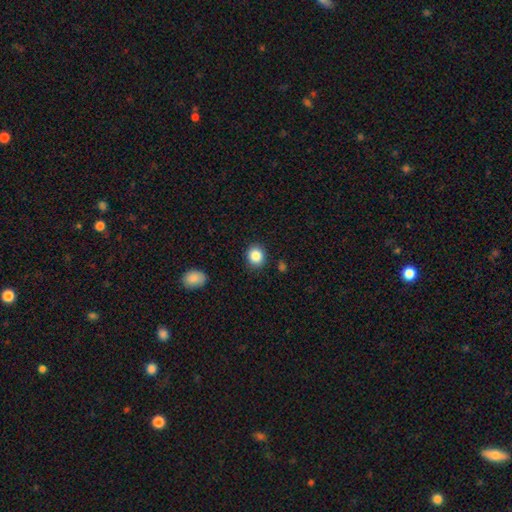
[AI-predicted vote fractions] smooth_or_featured: smooth (p=0.86) [alt: star or artifact p=0.09]
how_rounded: round (p=0.78) [alt: in between p=0.21]
merging: none (p=0.89) [alt: minor disturbance p=0.07]